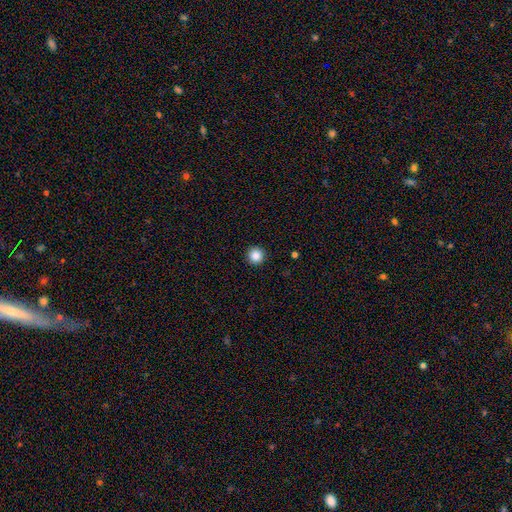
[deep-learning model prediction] A smooth galaxy with no disk features (86%) that is round (96%).

Vote fractions:
- Smooth or featured? smooth: 86% / star or artifact: 10% / featured or disk: 3%
- How rounded? round: 96% / in between: 4% / cigar-shaped: 1%
- Merging? none: 93% / minor disturbance: 4% / major disturbance: 2% / merger: 1%